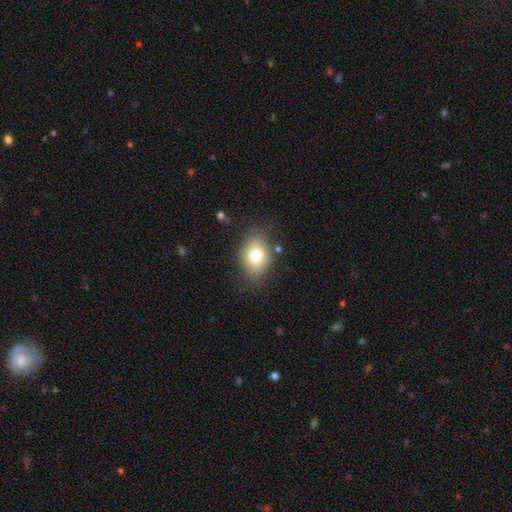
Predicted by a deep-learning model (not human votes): This is likely a smooth galaxy (78%). How rounded: likely in between (79%). Merging: likely none (78%).